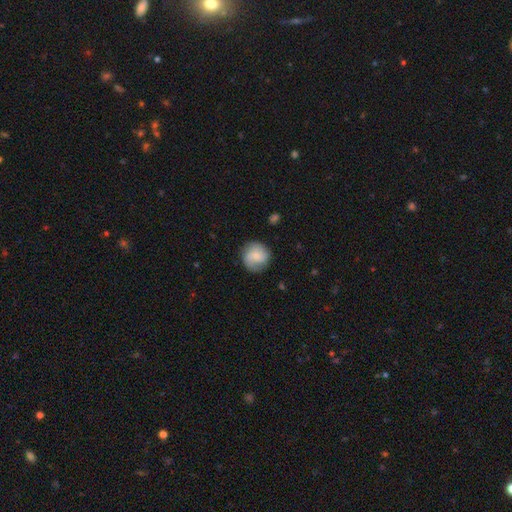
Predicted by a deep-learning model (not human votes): smooth 56%, featured or disk 37%, star or artifact 7%. Down the decision tree: how rounded — round (90%); merging — none (77%).